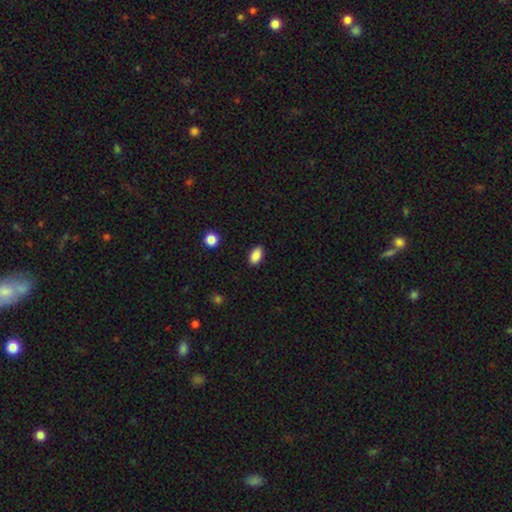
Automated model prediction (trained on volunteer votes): Overall: smooth (88%). How rounded: in between (91%). Merging: none (88%).